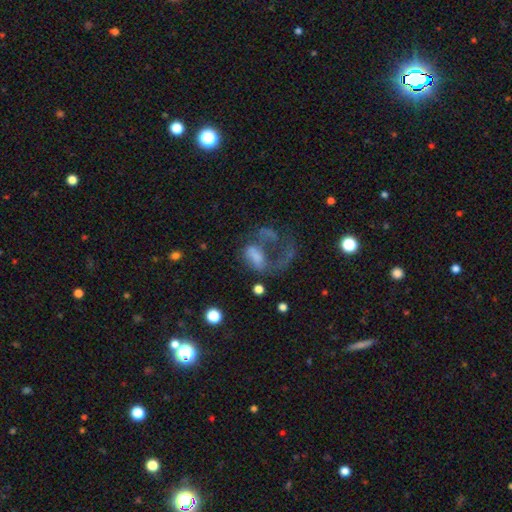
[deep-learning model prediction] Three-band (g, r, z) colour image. It shows a featured or disk galaxy (51%). Merging: major disturbance (54%).